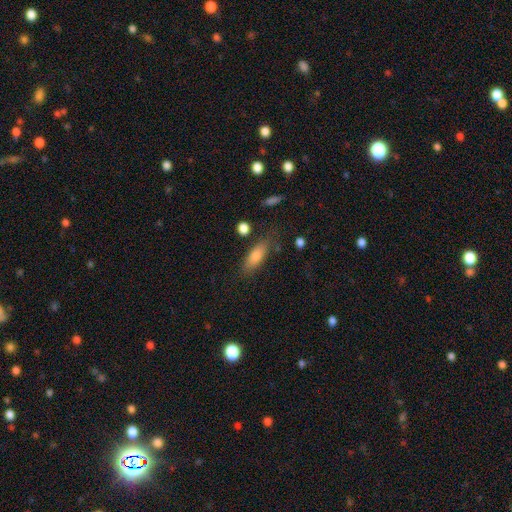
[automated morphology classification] Q: Smooth or featured?
A: smooth (79%); runner-up: featured or disk (13%)
Q: How rounded?
A: in between (66%); runner-up: cigar-shaped (31%)
Q: Merging?
A: none (75%); runner-up: minor disturbance (17%)